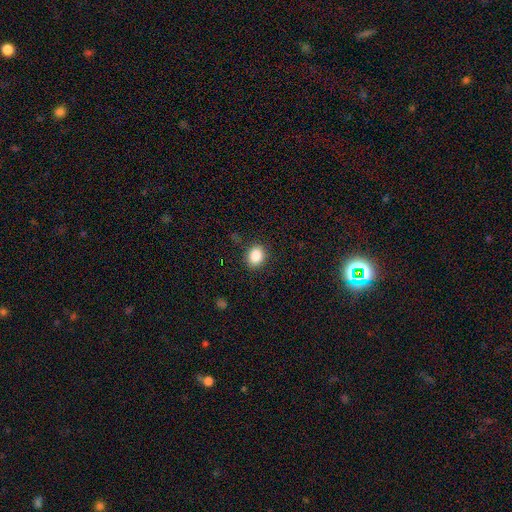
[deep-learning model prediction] A smooth galaxy with no disk features (87%) that is round (54%). Merging: none (85%).